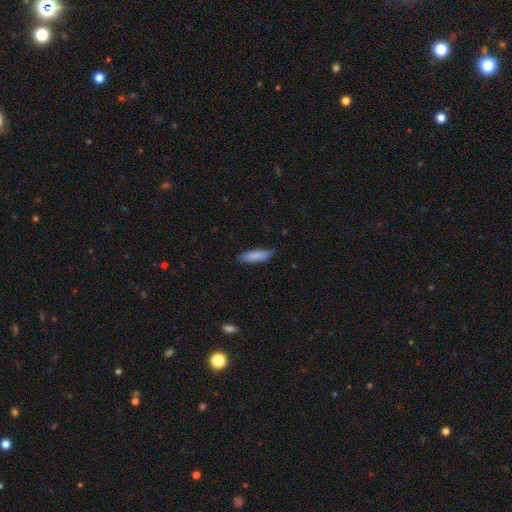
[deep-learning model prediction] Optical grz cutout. It shows a smooth galaxy with no disk features (85%) that is cigar-shaped (67%). Merging: none (79%).